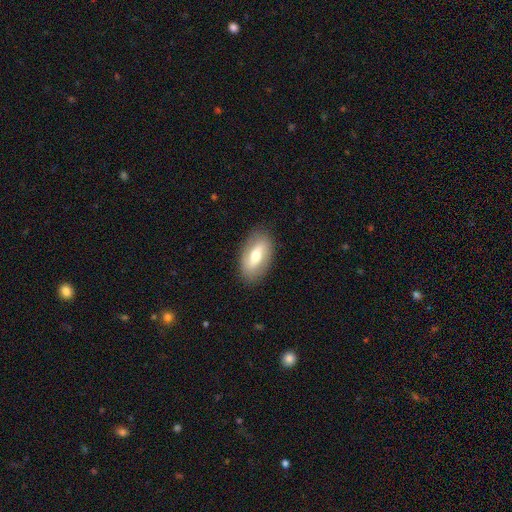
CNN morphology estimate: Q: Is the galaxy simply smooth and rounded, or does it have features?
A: smooth — 53%.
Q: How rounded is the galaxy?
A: in between — 90%.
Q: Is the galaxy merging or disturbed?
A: none — 86%.